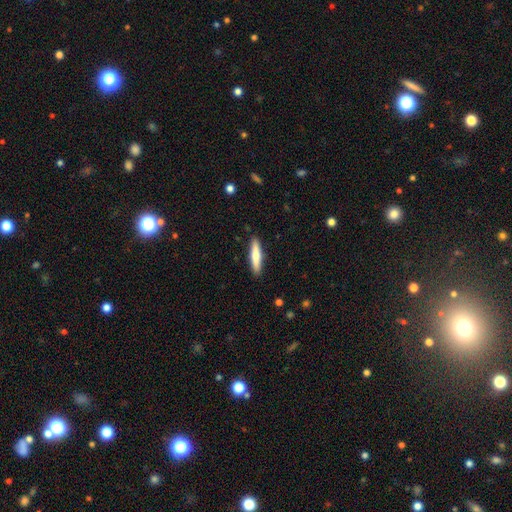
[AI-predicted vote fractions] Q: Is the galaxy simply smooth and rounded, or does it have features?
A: smooth — 65%.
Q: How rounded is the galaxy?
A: cigar-shaped — 84%.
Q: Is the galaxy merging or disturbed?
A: none — 90%.